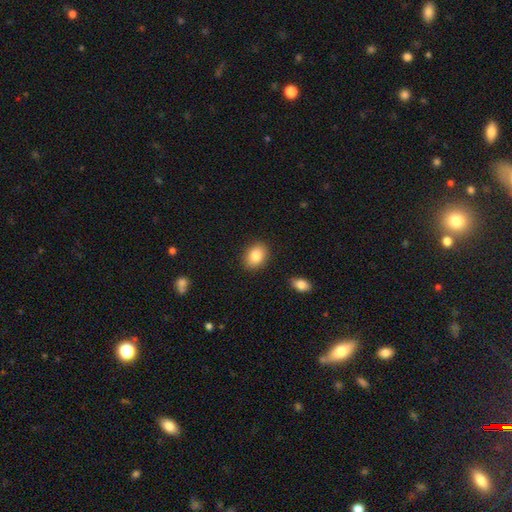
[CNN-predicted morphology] A smooth galaxy with no disk features (85%) that is in between round and cigar-shaped (68%).

Vote fractions:
- Smooth or featured? smooth: 85% / star or artifact: 8% / featured or disk: 7%
- How rounded? in between: 68% / round: 31% / cigar-shaped: 1%
- Merging? none: 87% / minor disturbance: 9% / major disturbance: 2% / merger: 2%